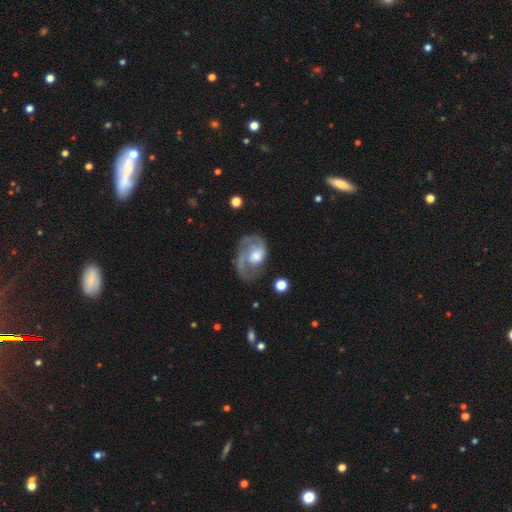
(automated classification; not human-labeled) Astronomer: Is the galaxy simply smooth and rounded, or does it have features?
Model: featured or disk — 73%.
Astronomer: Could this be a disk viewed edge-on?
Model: no — 97%.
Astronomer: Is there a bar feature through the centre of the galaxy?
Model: no — 67%.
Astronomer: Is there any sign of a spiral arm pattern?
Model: yes — 84%.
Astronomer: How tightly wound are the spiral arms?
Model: medium — 42% (runner-up: tight, 33%).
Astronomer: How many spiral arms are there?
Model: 1 — 41% (runner-up: 2, 32%).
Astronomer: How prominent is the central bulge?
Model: moderate — 46% (runner-up: large, 24%).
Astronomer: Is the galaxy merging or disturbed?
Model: none — 45% (runner-up: major disturbance, 30%).